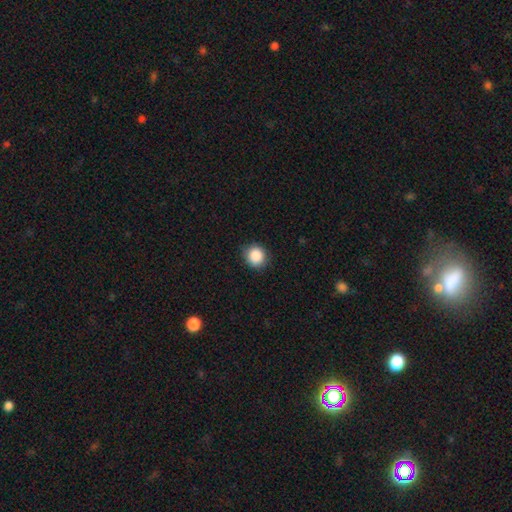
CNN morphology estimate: smooth_or_featured: smooth (p=0.89) [alt: star or artifact p=0.09]
how_rounded: round (p=0.90) [alt: in between p=0.10]
merging: none (p=0.88) [alt: minor disturbance p=0.09]